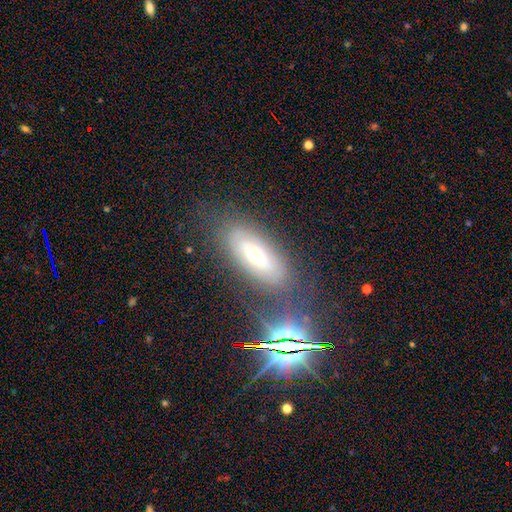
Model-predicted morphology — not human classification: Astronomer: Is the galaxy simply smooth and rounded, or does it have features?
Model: featured or disk — 43% (runner-up: smooth, 40%).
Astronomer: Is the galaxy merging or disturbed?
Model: none — 75%.